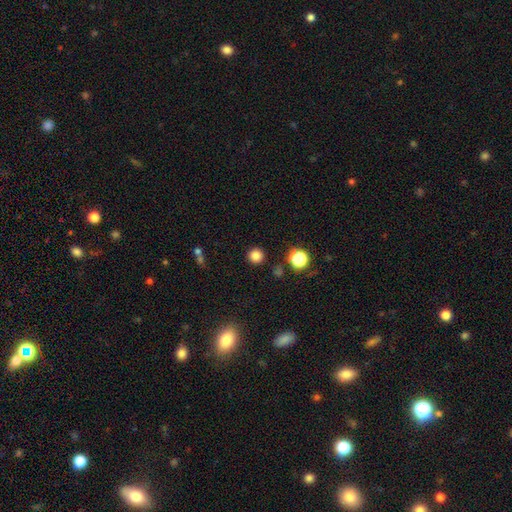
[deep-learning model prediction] Q: Smooth or featured?
A: smooth (82%); runner-up: star or artifact (14%)
Q: How rounded?
A: round (95%); runner-up: in between (4%)
Q: Merging?
A: none (90%); runner-up: minor disturbance (5%)